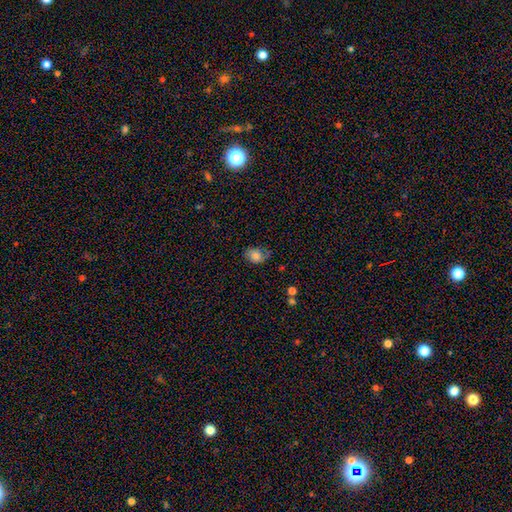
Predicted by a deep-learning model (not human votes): Smooth or featured?
  - smooth: 74% *
  - featured or disk: 16%
  - star or artifact: 9%
How rounded?
  - in between: 64% *
  - round: 35%
  - cigar-shaped: 1%
Merging?
  - none: 53% *
  - minor disturbance: 33%
  - major disturbance: 12%
  - merger: 2%